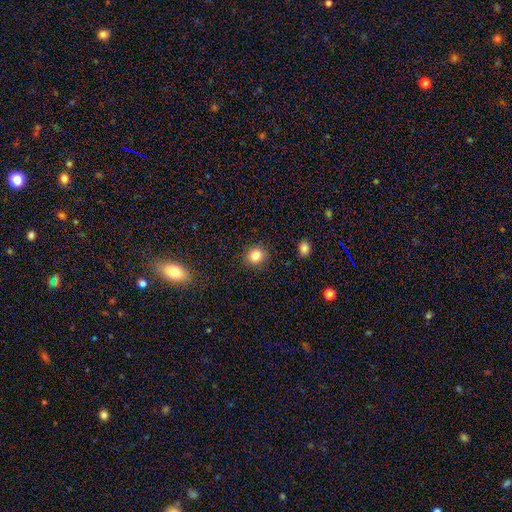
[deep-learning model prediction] The model was most divided on "smooth or featured": smooth: 84%, star or artifact: 11%, featured or disk: 5%. More confident: merging — none (89%); how rounded — round (88%).